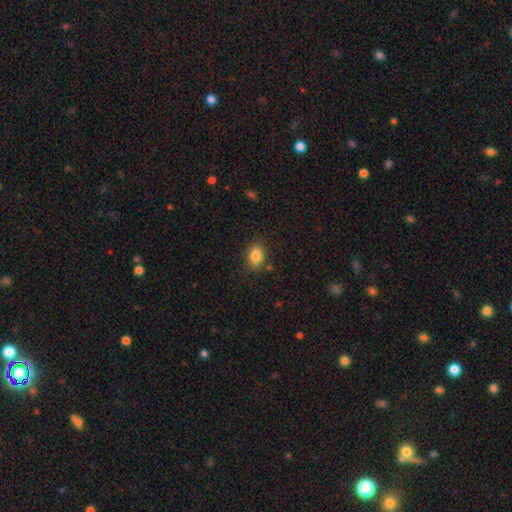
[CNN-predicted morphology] Q: Smooth or featured?
A: smooth (84%); runner-up: star or artifact (9%)
Q: How rounded?
A: in between (78%); runner-up: round (20%)
Q: Merging?
A: none (81%); runner-up: minor disturbance (13%)